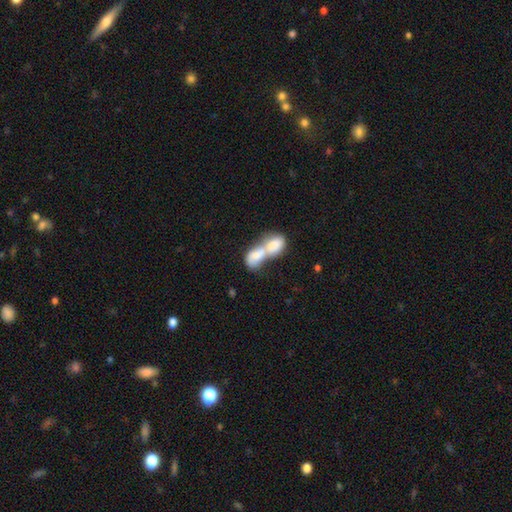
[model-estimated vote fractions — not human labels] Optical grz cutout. It shows a smooth galaxy with no disk features (73%) that is in between round and cigar-shaped (83%). Merging: merger (85%).